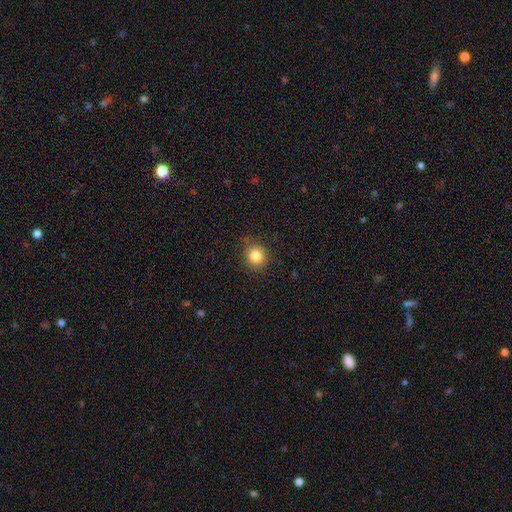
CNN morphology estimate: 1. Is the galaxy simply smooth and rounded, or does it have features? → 83% smooth, 11% star or artifact, 6% featured or disk.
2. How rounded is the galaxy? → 89% round, 10% in between, 1% cigar-shaped.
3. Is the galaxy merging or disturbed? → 85% none, 11% minor disturbance, 3% major disturbance, 1% merger.